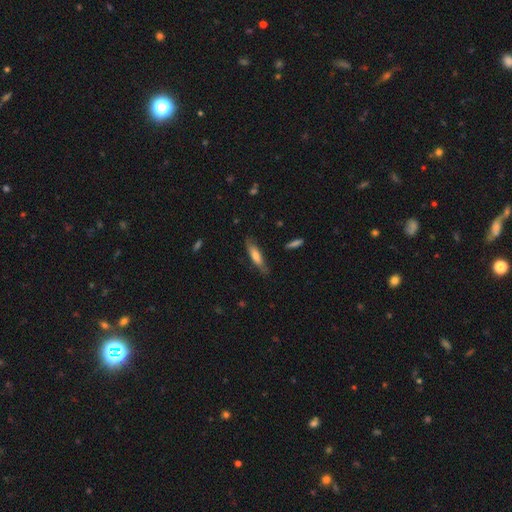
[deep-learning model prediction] Smooth or featured: smooth — 63% (featured or disk — 31%)
How rounded: cigar-shaped — 70% (in between — 28%)
Merging: none — 77% (minor disturbance — 17%)